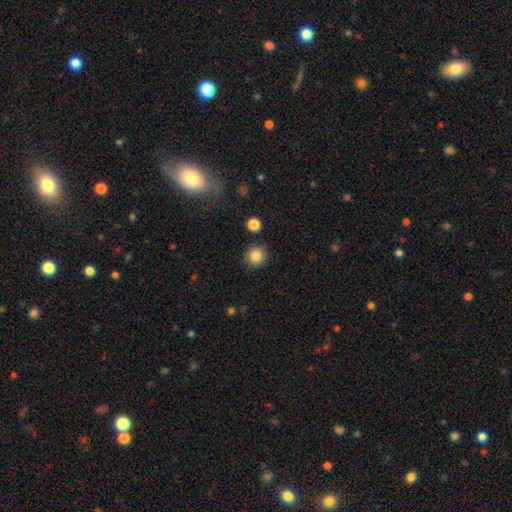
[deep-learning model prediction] smooth 86%, star or artifact 10%, featured or disk 4%. Down the decision tree: how rounded — round (93%); merging — none (88%).